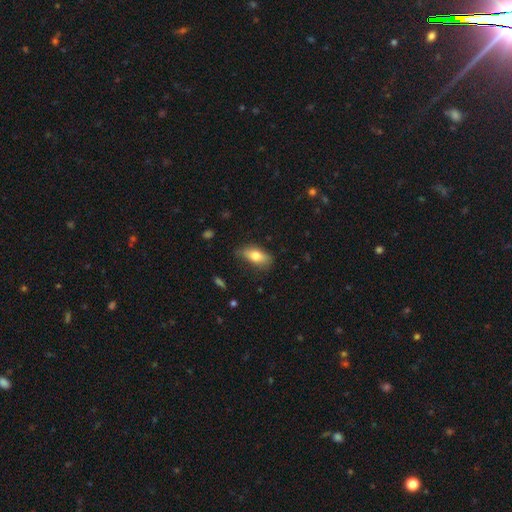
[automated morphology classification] Q: Smooth or featured?
A: smooth (76%); runner-up: featured or disk (17%)
Q: How rounded?
A: in between (80%); runner-up: cigar-shaped (16%)
Q: Merging?
A: none (72%); runner-up: minor disturbance (21%)